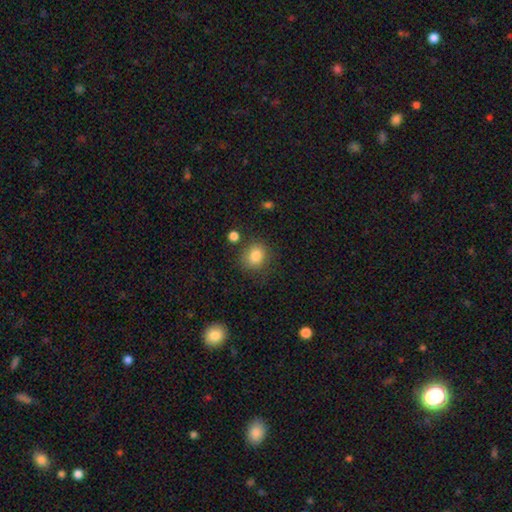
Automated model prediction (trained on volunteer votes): This appears to be a smooth galaxy with no disk features (83%) that is round (67%). Merging: none (77%).